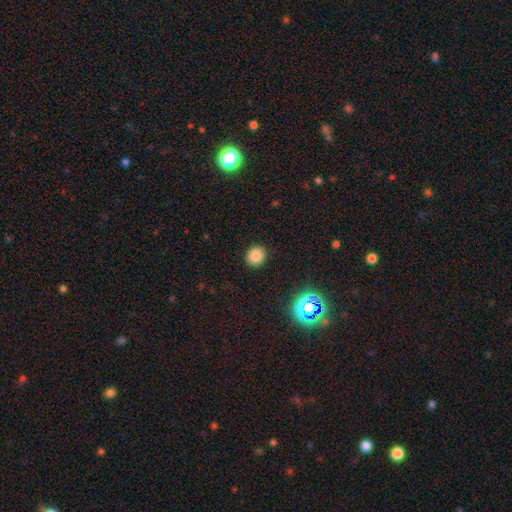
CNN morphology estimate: smooth_or_featured: smooth (p=0.82) [alt: star or artifact p=0.13]
how_rounded: round (p=0.80) [alt: in between p=0.19]
merging: none (p=0.91) [alt: minor disturbance p=0.06]